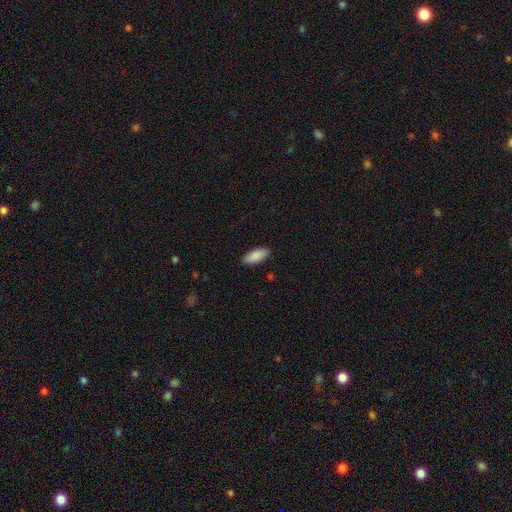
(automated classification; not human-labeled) Smooth or featured? Predicted: smooth (p=0.89). How rounded? Predicted: in between (p=0.82). Merging? Predicted: none (p=0.89).